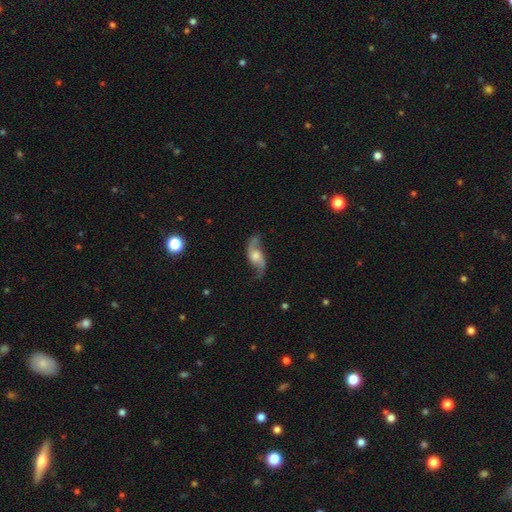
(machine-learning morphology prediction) Smooth or featured: featured or disk — 79% (smooth — 14%)
Edge-on disk: no — 93% (yes — 7%)
Bar: no — 61% (weak — 32%)
Spiral arms: yes — 94% (no — 6%)
Spiral winding: loose — 76% (medium — 19%)
Spiral arm count: 2 — 92% (can't tell — 3%)
Bulge size: moderate — 52% (small — 26%)
Merging: none — 69% (minor disturbance — 19%)